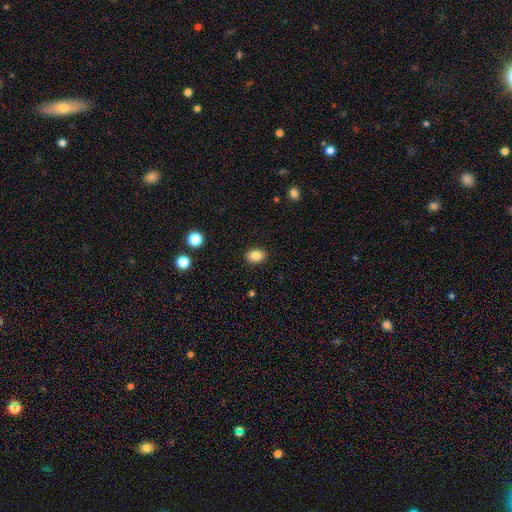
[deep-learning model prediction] The model was most divided on "how rounded": in between: 80%, round: 19%, cigar-shaped: 1%. More confident: merging — none (89%); smooth or featured — smooth (85%).